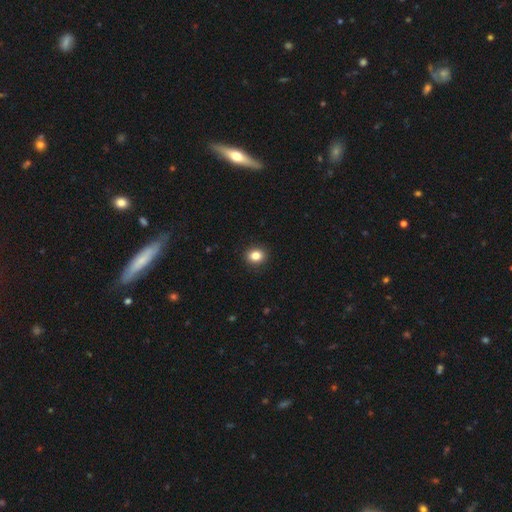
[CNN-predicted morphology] The model was most divided on "how rounded": round: 67%, in between: 32%, cigar-shaped: 1%. More confident: merging — none (92%); smooth or featured — smooth (84%).